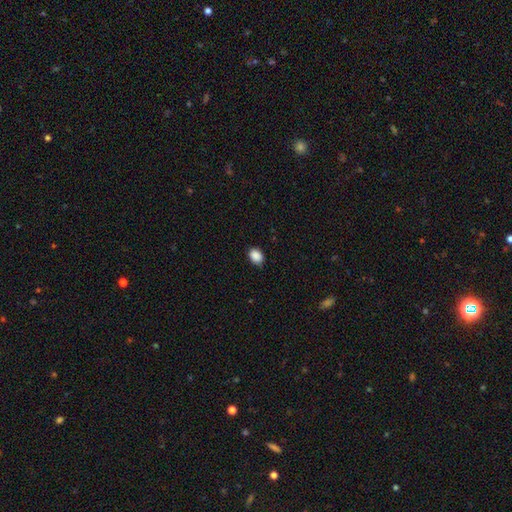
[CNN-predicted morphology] Smooth or featured: smooth — 89% (star or artifact — 8%)
How rounded: in between — 64% (round — 35%)
Merging: none — 82% (minor disturbance — 14%)